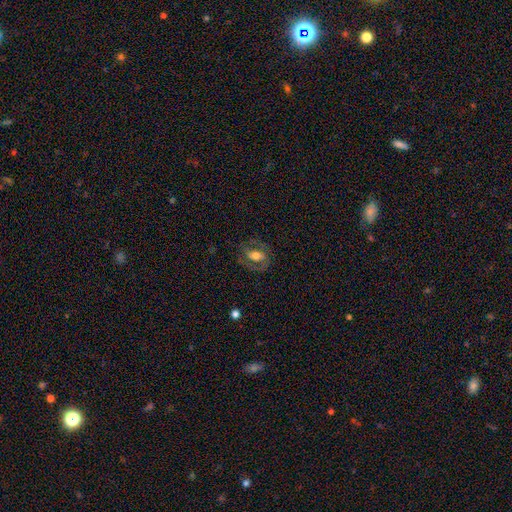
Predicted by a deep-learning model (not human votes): featured or disk 54%, smooth 39%, star or artifact 8%. Down the decision tree: edge-on disk — no (93%); bar — no (45%); spiral arms — yes (56%); bulge size — moderate (54%); merging — none (70%).